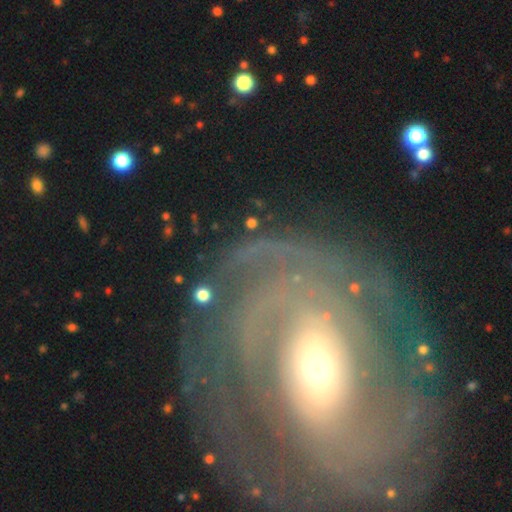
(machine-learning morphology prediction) featured or disk 75%, smooth 14%, star or artifact 11%. Down the decision tree: edge-on disk — no (93%); bar — no (56%); spiral arms — yes (73%); spiral arm count — can't tell (39%); spiral winding — tight (63%); bulge size — moderate (57%); merging — none (65%).